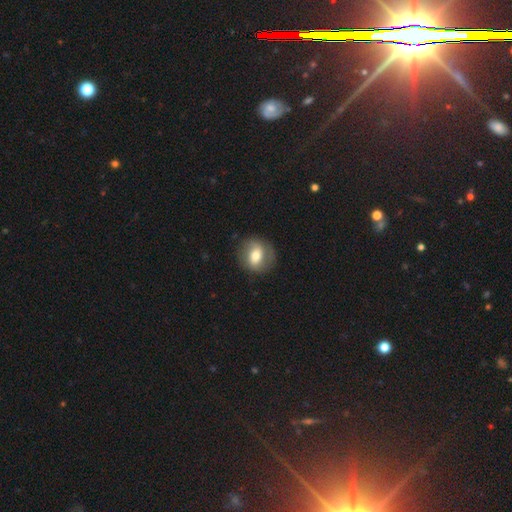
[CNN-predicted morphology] A smooth galaxy with no disk features (53%) that is round (60%).

Vote fractions:
- Smooth or featured? smooth: 53% / featured or disk: 40% / star or artifact: 7%
- How rounded? round: 60% / in between: 38% / cigar-shaped: 2%
- Merging? none: 78% / minor disturbance: 14% / major disturbance: 6% / merger: 1%